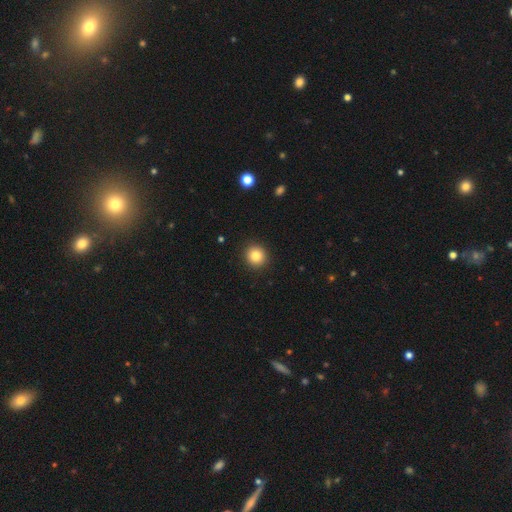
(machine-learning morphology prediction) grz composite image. It shows a smooth galaxy with no disk features (83%) that is round (91%). Merging: none (92%).